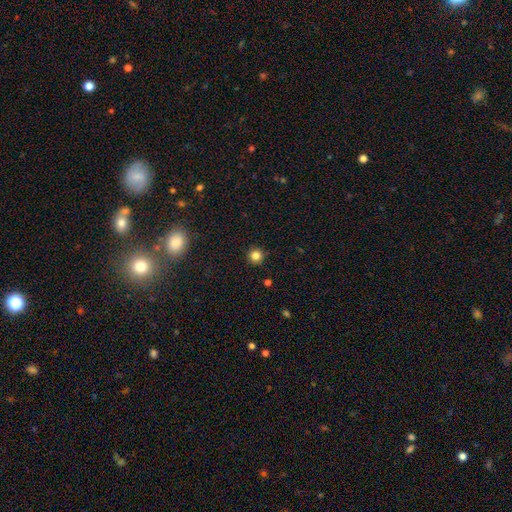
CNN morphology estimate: A smooth galaxy with no disk features (82%) that is round (95%).

Vote fractions:
- Smooth or featured? smooth: 82% / star or artifact: 13% / featured or disk: 5%
- How rounded? round: 95% / in between: 4% / cigar-shaped: 1%
- Merging? none: 92% / minor disturbance: 5% / major disturbance: 2% / merger: 1%